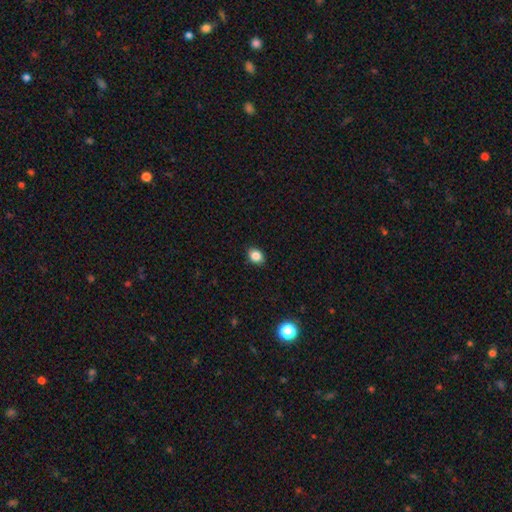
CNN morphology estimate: smooth-or-featured: smooth: 85% | star or artifact: 10% | featured or disk: 5%
  how-rounded: in between: 57% | round: 42% | cigar-shaped: 1%
  merging: none: 89% | minor disturbance: 8% | major disturbance: 2% | merger: 1%